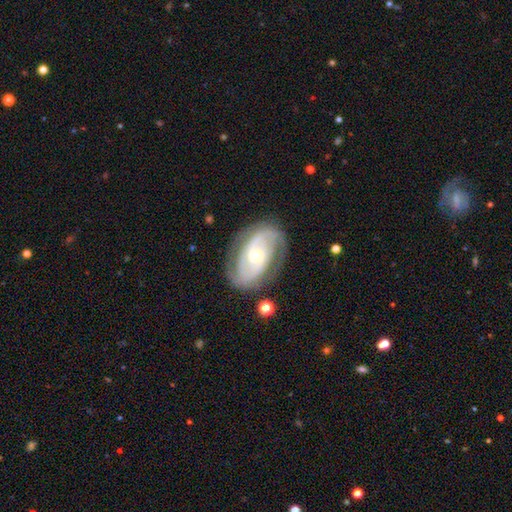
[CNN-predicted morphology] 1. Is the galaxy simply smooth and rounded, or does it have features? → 85% featured or disk, 9% smooth, 5% star or artifact.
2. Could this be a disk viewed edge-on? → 96% no, 4% yes.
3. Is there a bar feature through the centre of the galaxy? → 61% no, 27% weak, 11% strong.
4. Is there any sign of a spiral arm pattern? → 94% yes, 6% no.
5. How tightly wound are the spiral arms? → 49% tight, 39% medium, 13% loose.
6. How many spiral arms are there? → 71% 2, 13% can't tell, 9% 3, 3% 1, 2% 4, 2% more than 4.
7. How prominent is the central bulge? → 59% small, 38% moderate, 2% large, 1% dominant, 1% none.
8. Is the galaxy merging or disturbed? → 77% none, 15% minor disturbance, 6% major disturbance, 2% merger.